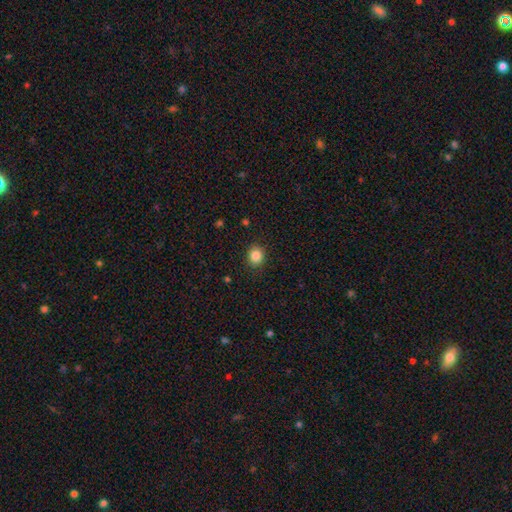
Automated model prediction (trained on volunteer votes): Q: Smooth or featured?
A: smooth (86%); runner-up: star or artifact (10%)
Q: How rounded?
A: round (75%); runner-up: in between (25%)
Q: Merging?
A: none (89%); runner-up: minor disturbance (8%)